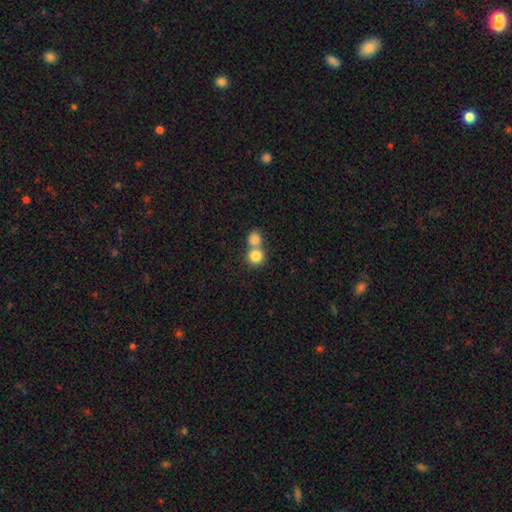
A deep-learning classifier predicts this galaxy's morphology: smooth_or_featured: smooth (p=0.82) [alt: star or artifact p=0.10]
how_rounded: round (p=0.87) [alt: in between p=0.12]
merging: merger (p=0.51) [alt: none p=0.41]